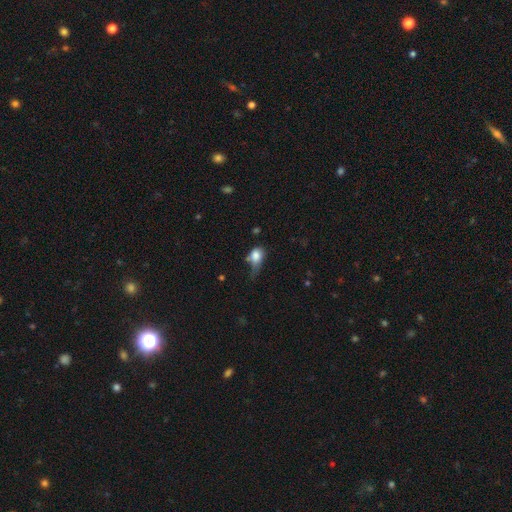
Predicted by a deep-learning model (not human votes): The model was most divided on "merging": minor disturbance: 35%, major disturbance: 31%, none: 25%, merger: 10%. More confident: smooth or featured — smooth (77%); how rounded — in between (64%).